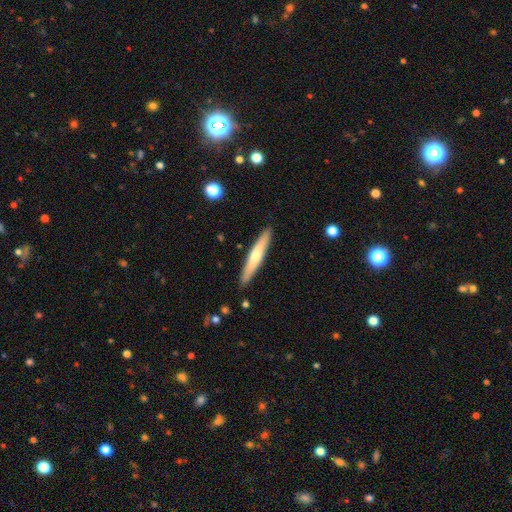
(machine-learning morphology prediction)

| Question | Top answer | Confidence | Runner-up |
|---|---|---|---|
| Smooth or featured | smooth | 53% | featured or disk (42%) |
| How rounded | cigar-shaped | 93% | in between (6%) |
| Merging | none | 90% | minor disturbance (7%) |